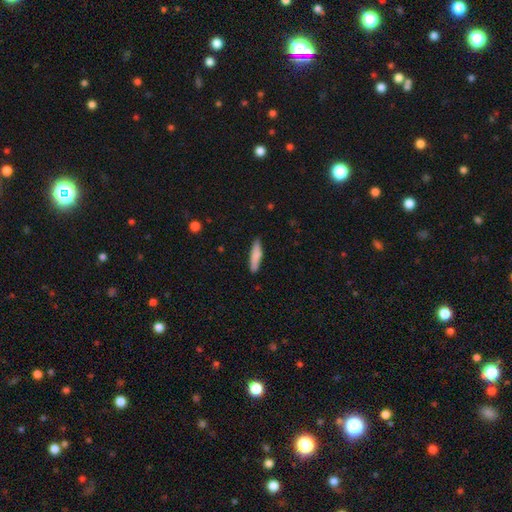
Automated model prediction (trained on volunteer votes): Smooth or featured?
  - smooth: 81% *
  - featured or disk: 13%
  - star or artifact: 6%
How rounded?
  - cigar-shaped: 81% *
  - in between: 18%
  - round: 1%
Merging?
  - none: 85% *
  - minor disturbance: 12%
  - major disturbance: 2%
  - merger: 1%